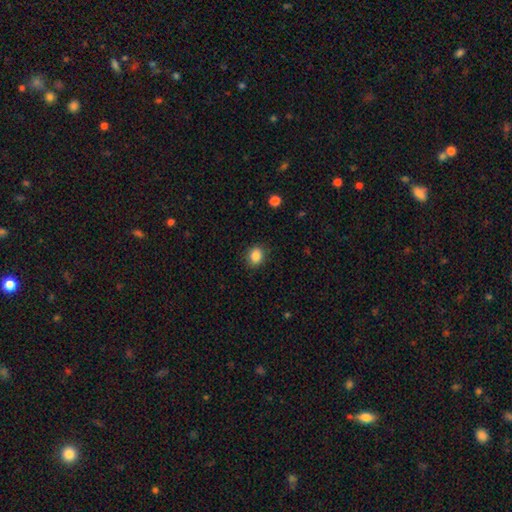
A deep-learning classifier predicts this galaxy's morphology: Q: Smooth or featured?
A: smooth (86%); runner-up: star or artifact (10%)
Q: How rounded?
A: round (66%); runner-up: in between (33%)
Q: Merging?
A: none (87%); runner-up: minor disturbance (9%)